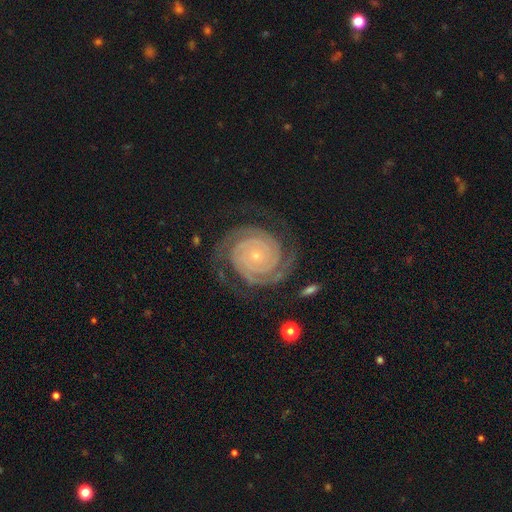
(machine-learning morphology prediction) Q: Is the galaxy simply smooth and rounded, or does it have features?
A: featured or disk — 93%.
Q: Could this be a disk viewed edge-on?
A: no — 98%.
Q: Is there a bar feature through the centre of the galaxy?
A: no — 80%.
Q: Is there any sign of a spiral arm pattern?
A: yes — 99%.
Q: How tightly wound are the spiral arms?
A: tight — 87%.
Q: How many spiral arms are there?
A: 2 — 74%.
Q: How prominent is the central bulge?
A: small — 87%.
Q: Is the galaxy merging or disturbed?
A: none — 80%.